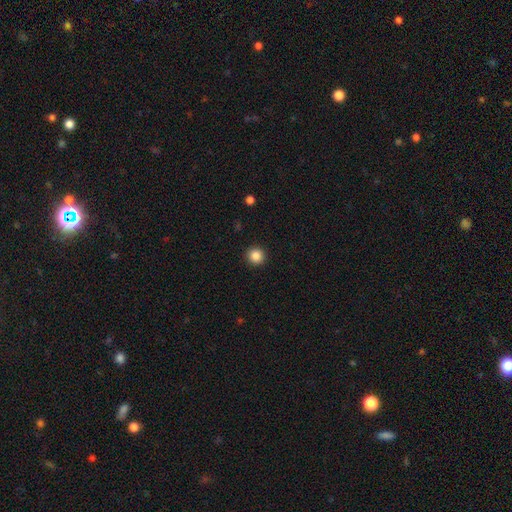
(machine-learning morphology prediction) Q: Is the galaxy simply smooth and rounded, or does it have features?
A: smooth — 86%.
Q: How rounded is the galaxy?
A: round — 95%.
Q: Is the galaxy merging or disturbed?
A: none — 93%.